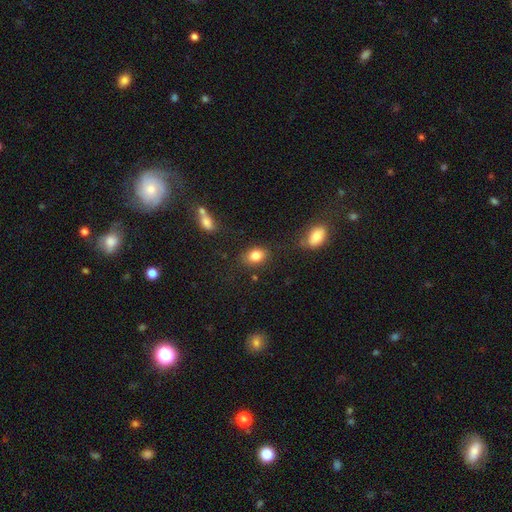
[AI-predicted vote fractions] Overall: smooth (83%). How rounded: in between (75%). Merging: none (78%).